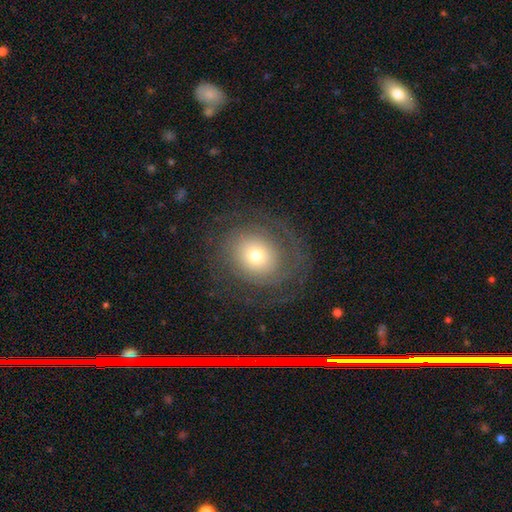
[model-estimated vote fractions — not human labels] Smooth or featured? featured or disk (54%)
Edge-on disk? no (96%)
Bar? no (83%)
Spiral arms? yes (75%)
Bulge size? moderate (50%)
Merging? none (71%)